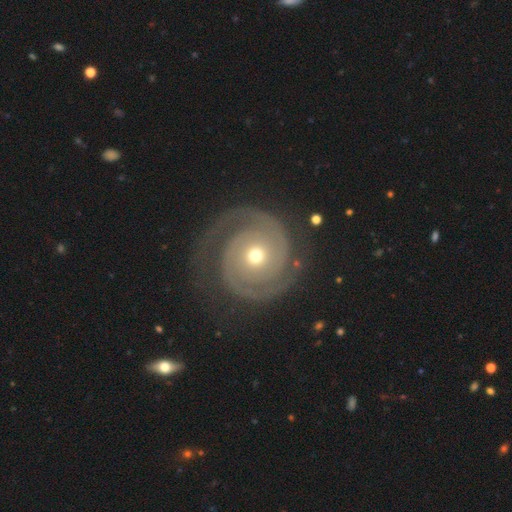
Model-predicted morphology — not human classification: A featured or disk galaxy (90%) with no bar (79%), 2 (89%) tight (64%) spiral arms (97%) and a moderate central bulge (48%).

Vote fractions:
- Smooth or featured? featured or disk: 90% / smooth: 5% / star or artifact: 5%
- Edge-on disk? no: 98% / yes: 2%
- Bar? no: 79% / weak: 15% / strong: 6%
- Spiral arms? yes: 97% / no: 3%
- Spiral winding? tight: 64% / medium: 28% / loose: 8%
- Spiral arm count? 2: 89% / can't tell: 3% / 3: 3% / 1: 2% / 4: 2% / more than 4: 2%
- Bulge size? moderate: 48% / small: 47% / large: 3% / dominant: 1% / none: 1%
- Merging? none: 75% / minor disturbance: 12% / major disturbance: 11% / merger: 2%